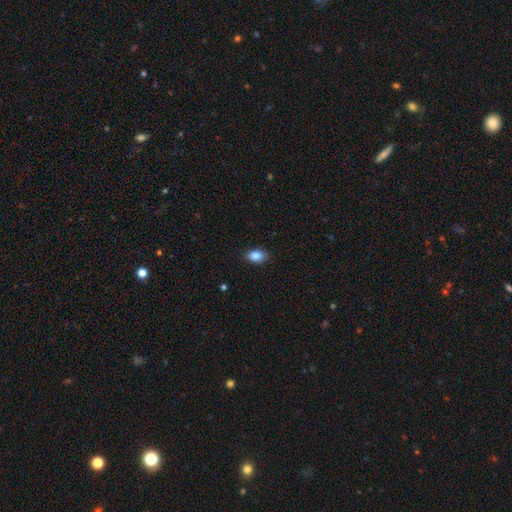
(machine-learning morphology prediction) Smooth or featured?
  - smooth: 87% *
  - star or artifact: 8%
  - featured or disk: 5%
How rounded?
  - in between: 87% *
  - round: 11%
  - cigar-shaped: 2%
Merging?
  - none: 84% *
  - minor disturbance: 12%
  - major disturbance: 2%
  - merger: 1%